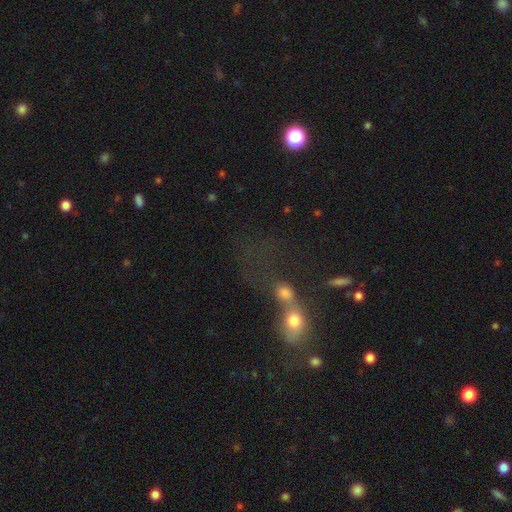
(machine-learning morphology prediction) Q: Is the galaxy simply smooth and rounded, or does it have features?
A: smooth — 51%.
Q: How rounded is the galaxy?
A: round — 52%.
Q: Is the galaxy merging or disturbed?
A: merger — 67%.